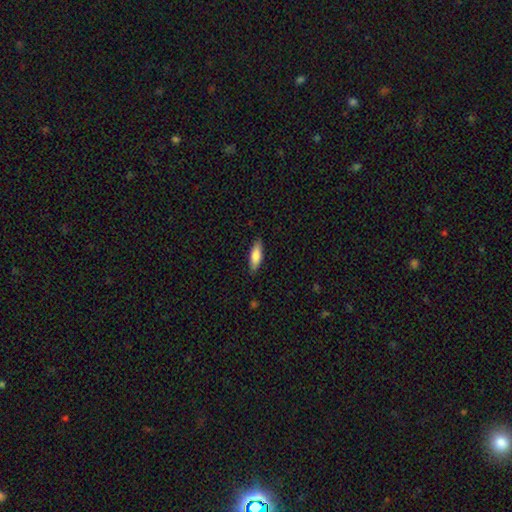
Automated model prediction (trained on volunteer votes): Smooth or featured? smooth (80%)
How rounded? in between (58%)
Merging? none (86%)